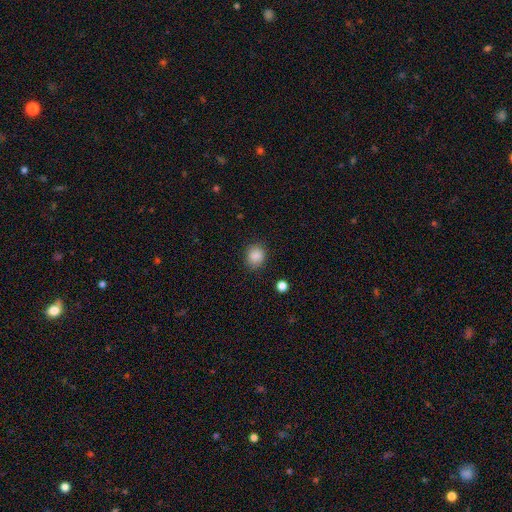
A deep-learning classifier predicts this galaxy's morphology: The model was most divided on "how rounded": round: 77%, in between: 22%, cigar-shaped: 1%. More confident: smooth or featured — smooth (87%); merging — none (84%).